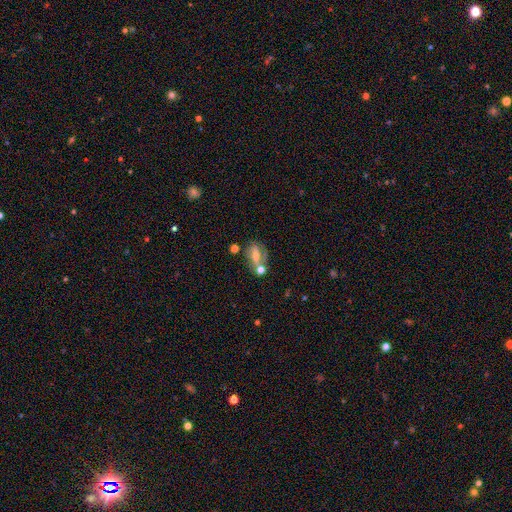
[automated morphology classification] A featured or disk galaxy (55%) with no bar (34%), spiral arms (64%) and a moderate central bulge (47%). Merging: none (45%).